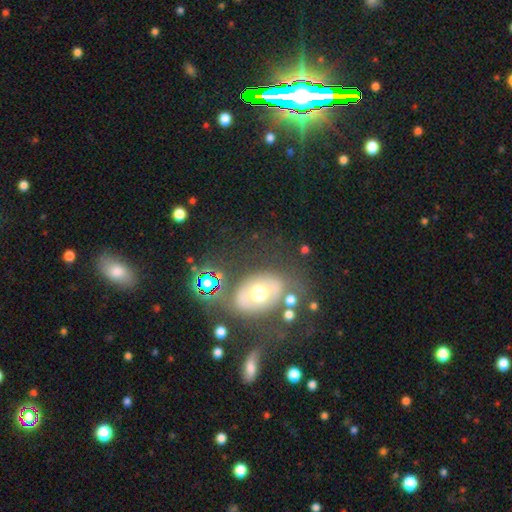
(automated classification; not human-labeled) A featured or disk galaxy (49%).

Vote fractions:
- Smooth or featured? featured or disk: 49% / smooth: 30% / star or artifact: 22%
- Merging? none: 65% / minor disturbance: 15% / major disturbance: 12% / merger: 7%